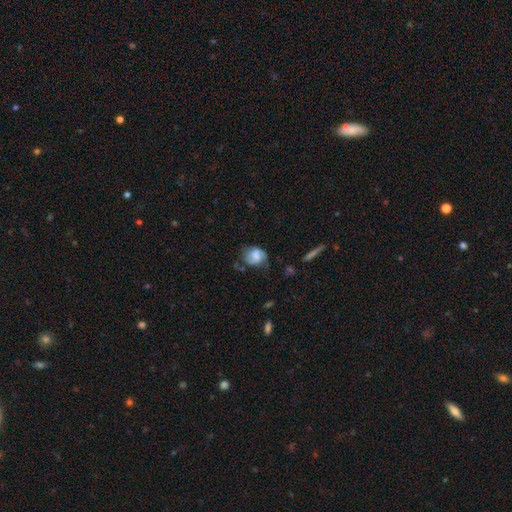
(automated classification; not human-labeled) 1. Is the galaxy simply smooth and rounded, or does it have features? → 46% smooth, 45% featured or disk, 9% star or artifact.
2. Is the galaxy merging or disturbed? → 56% none, 29% minor disturbance, 12% major disturbance, 3% merger.